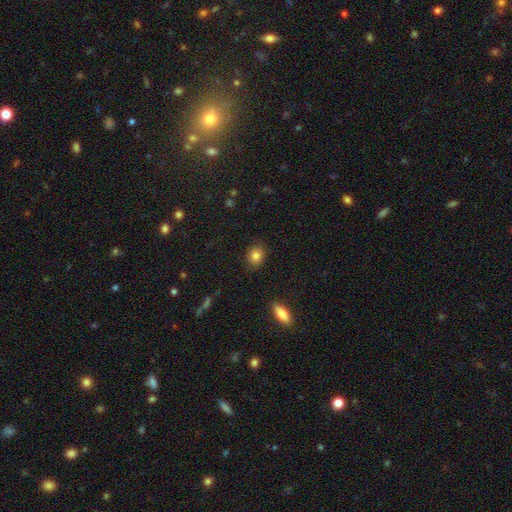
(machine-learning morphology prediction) type=smooth (84%); roundness=round (62%); merging=none (87%).